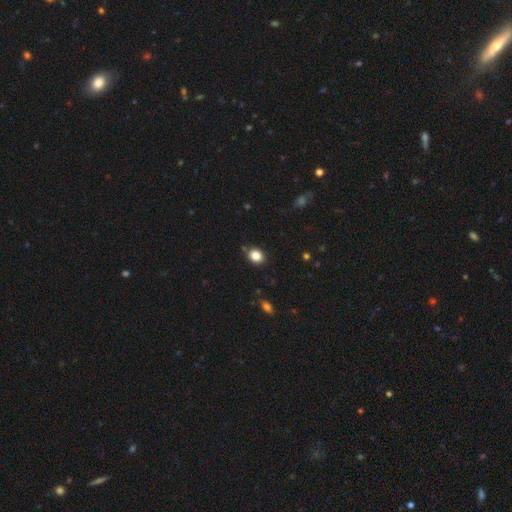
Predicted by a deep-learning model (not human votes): Smooth or featured? smooth (84%)
How rounded? in between (55%)
Merging? none (82%)